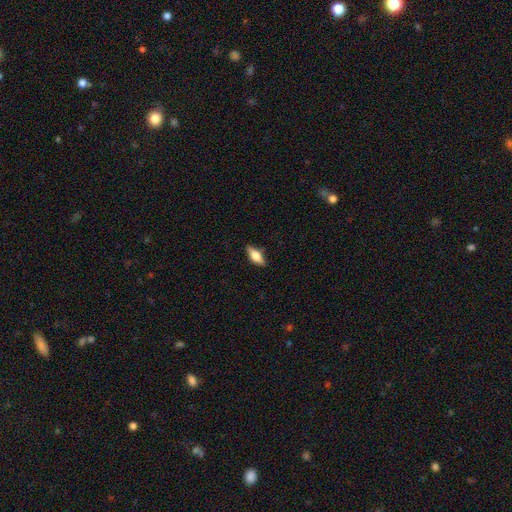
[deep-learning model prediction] A smooth galaxy with no disk features (63%) that is in between round and cigar-shaped (71%). Merging: none (85%).